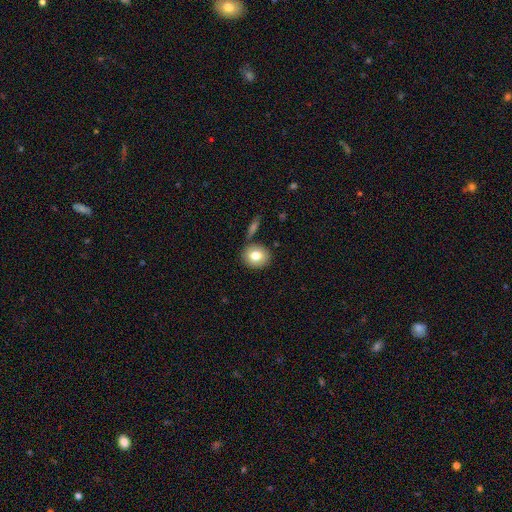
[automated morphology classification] smooth 77%, featured or disk 14%, star or artifact 8%. Down the decision tree: how rounded — round (72%); merging — none (78%).